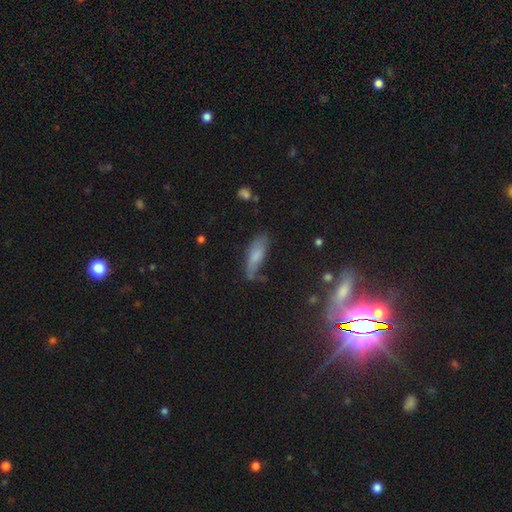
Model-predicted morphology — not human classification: type=smooth (68%); roundness=in between (55%); merging=none (51%).